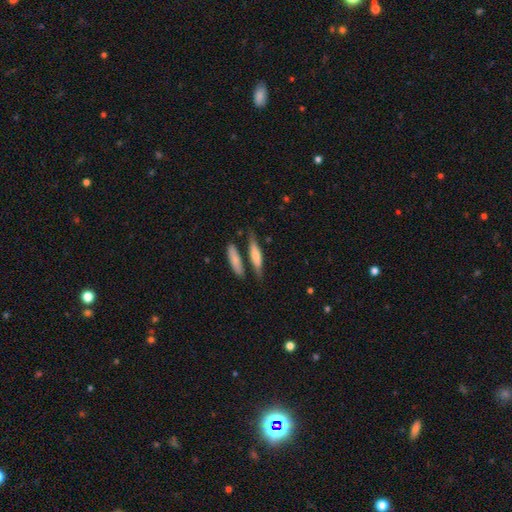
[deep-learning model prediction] Morphology: type=smooth (64%); roundness=cigar-shaped (76%); merging=none (63%).